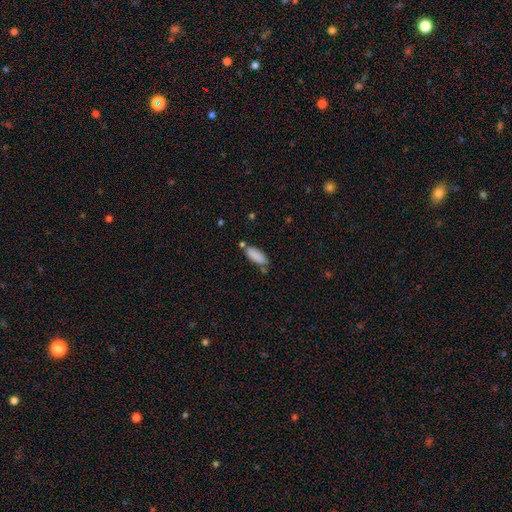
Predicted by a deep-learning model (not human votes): Smooth or featured: smooth — 87% (star or artifact — 7%)
How rounded: in between — 73% (cigar-shaped — 25%)
Merging: none — 64% (minor disturbance — 20%)